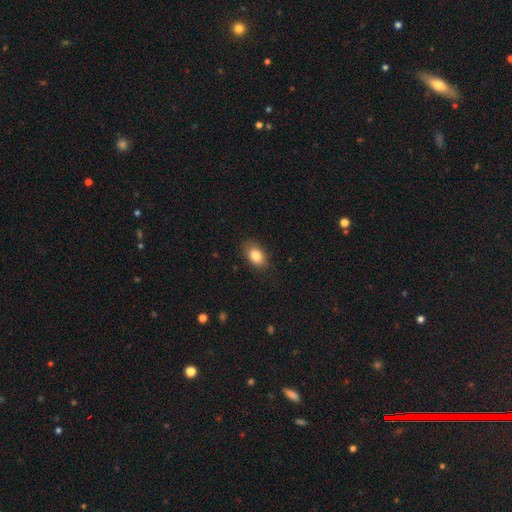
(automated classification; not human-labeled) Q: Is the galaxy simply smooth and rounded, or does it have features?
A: smooth — 84%.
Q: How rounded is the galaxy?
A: in between — 87%.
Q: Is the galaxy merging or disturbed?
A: none — 83%.